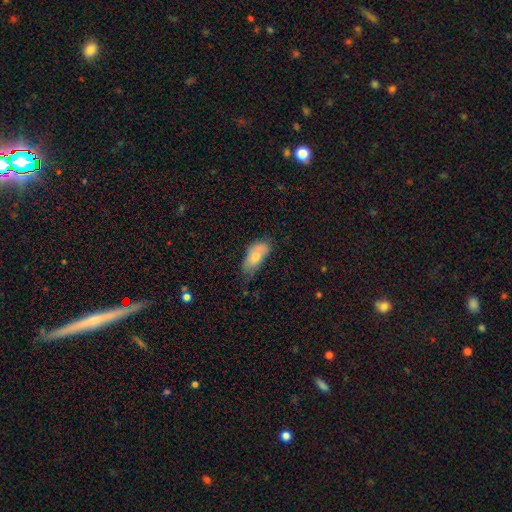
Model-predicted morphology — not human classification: This appears to be a smooth galaxy with no disk features (73%) that is in between round and cigar-shaped (89%). Merging: none (49%).